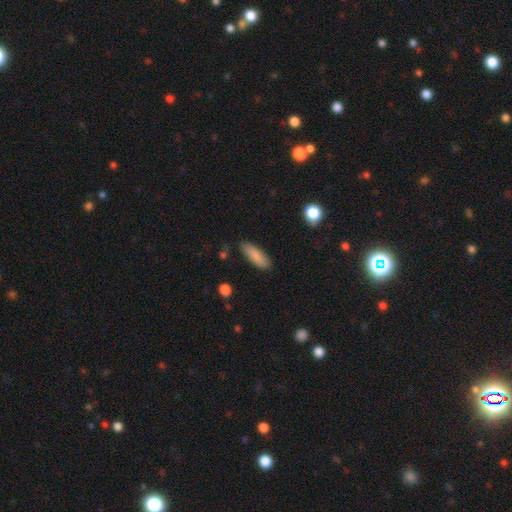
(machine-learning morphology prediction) Overall: smooth (85%). How rounded: in between (52%; cigar-shaped 46%). Merging: none (83%).